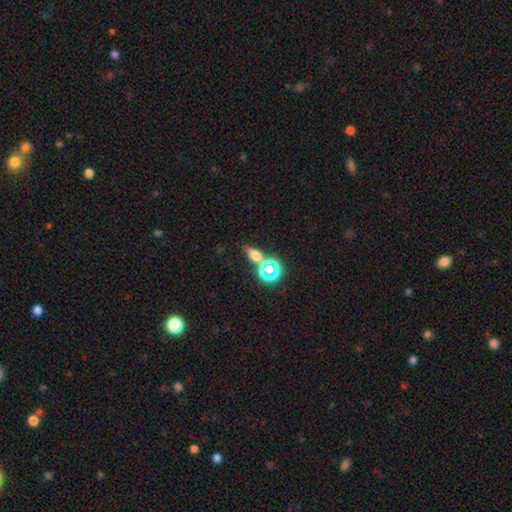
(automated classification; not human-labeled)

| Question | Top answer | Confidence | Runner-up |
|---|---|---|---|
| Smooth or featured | smooth | 54% | star or artifact (28%) |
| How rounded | in between | 61% | round (24%) |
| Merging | none | 63% | merger (19%) |